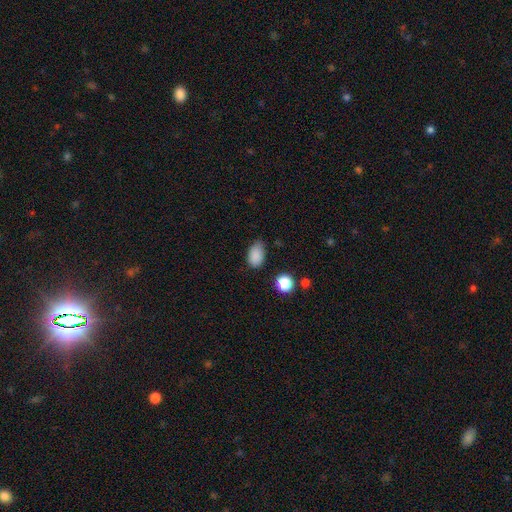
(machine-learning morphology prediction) Smooth or featured?
  - smooth: 86% *
  - star or artifact: 10%
  - featured or disk: 4%
How rounded?
  - in between: 87% *
  - round: 12%
  - cigar-shaped: 2%
Merging?
  - none: 64% *
  - minor disturbance: 28%
  - major disturbance: 5%
  - merger: 2%